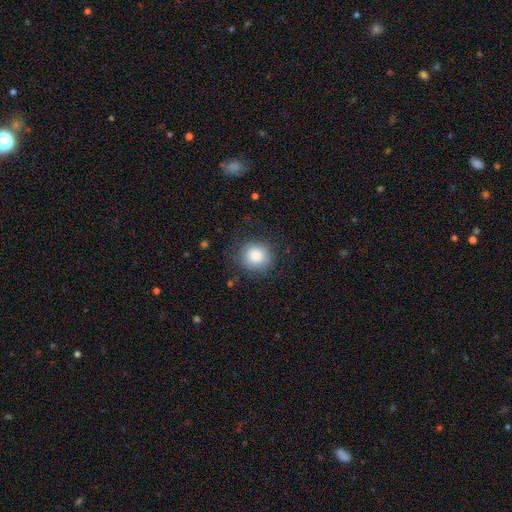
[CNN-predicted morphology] This is clearly a smooth galaxy (86%). How rounded: clearly round (88%). Merging: clearly none (80%).